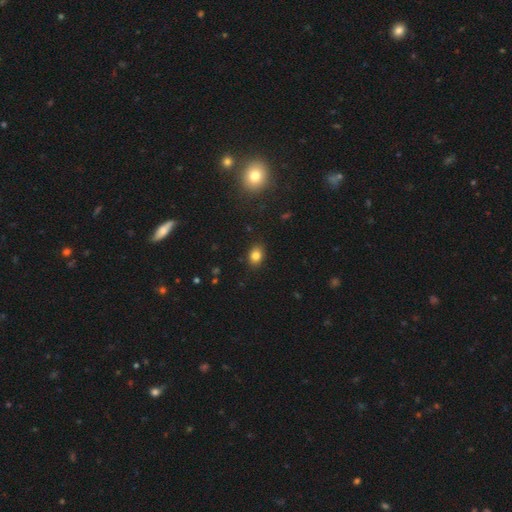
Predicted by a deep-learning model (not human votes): Smooth or featured?
  - smooth: 82% *
  - star or artifact: 12%
  - featured or disk: 7%
How rounded?
  - in between: 61% *
  - round: 38%
  - cigar-shaped: 1%
Merging?
  - none: 87% *
  - minor disturbance: 10%
  - major disturbance: 2%
  - merger: 1%